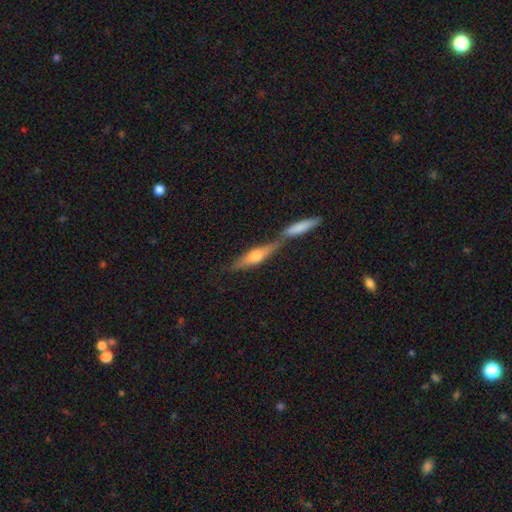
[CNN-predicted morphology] Smooth or featured? featured or disk (58%)
Edge-on disk? yes (91%)
Edge-on bulge? rounded (79%)
Merging? none (45%)